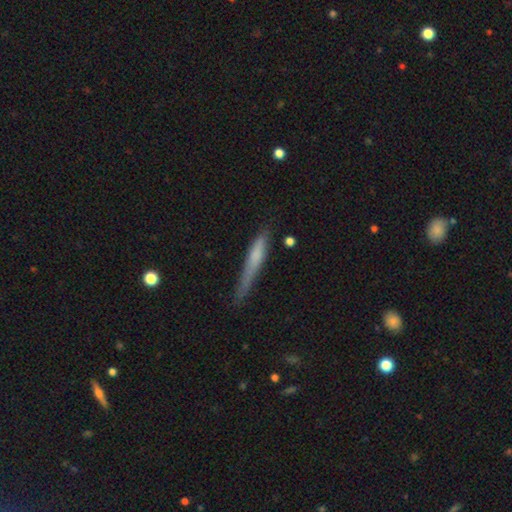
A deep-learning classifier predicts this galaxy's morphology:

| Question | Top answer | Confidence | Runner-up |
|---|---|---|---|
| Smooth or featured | smooth | 63% | featured or disk (31%) |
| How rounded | cigar-shaped | 92% | in between (6%) |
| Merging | none | 58% | minor disturbance (29%) |